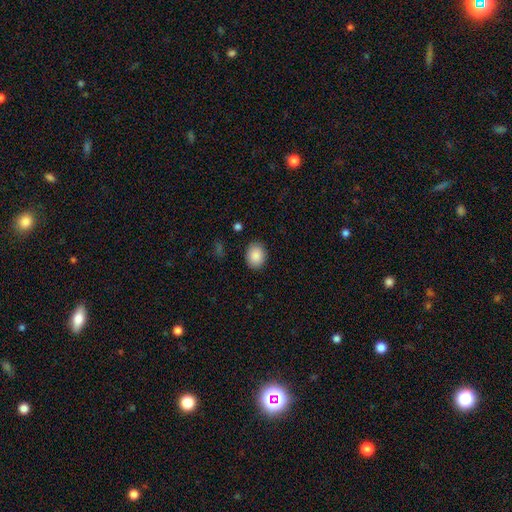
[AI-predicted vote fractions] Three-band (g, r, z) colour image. It shows a smooth galaxy with no disk features (89%) that is in between round and cigar-shaped (59%). Merging: none (88%).